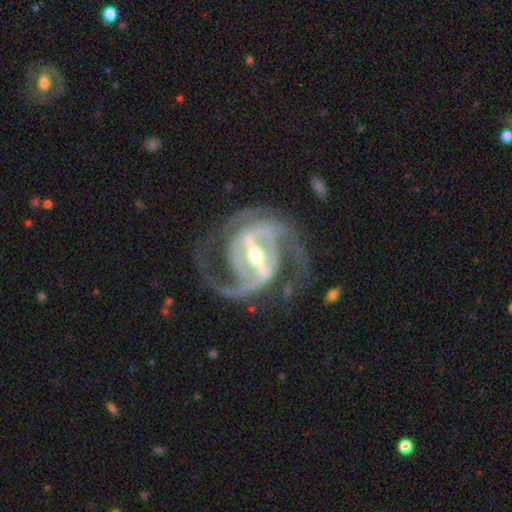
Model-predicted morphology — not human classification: Smooth or featured: featured or disk — 93% (star or artifact — 4%)
Edge-on disk: no — 97% (yes — 3%)
Bar: strong — 76% (weak — 19%)
Spiral arms: yes — 97% (no — 3%)
Spiral winding: medium — 55% (tight — 28%)
Spiral arm count: 2 — 79% (3 — 10%)
Bulge size: moderate — 58% (small — 36%)
Merging: none — 70% (minor disturbance — 15%)